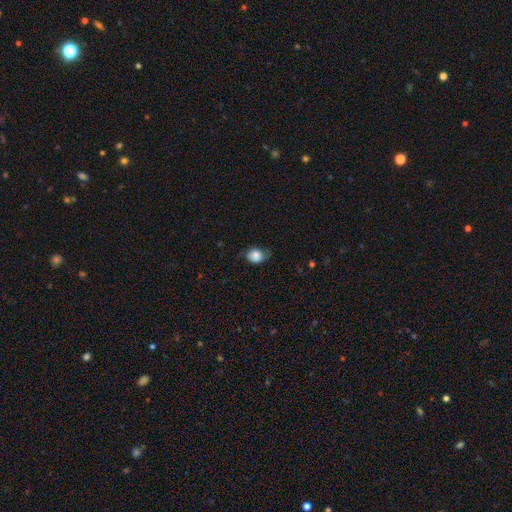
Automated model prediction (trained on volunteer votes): Overall: smooth (80%). How rounded: in between (49%, tied with round). Merging: none (55%; minor disturbance 32%).